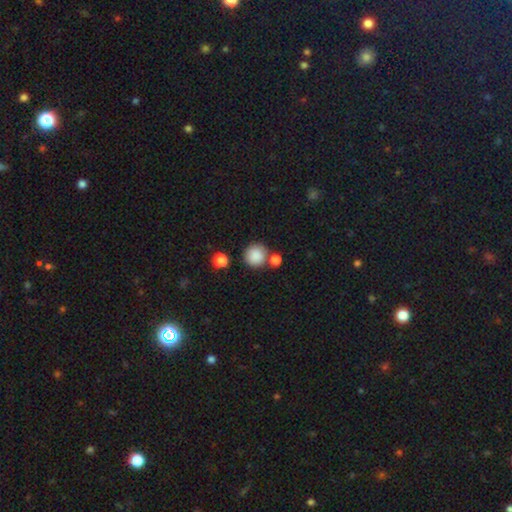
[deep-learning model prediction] This appears to be a smooth galaxy with no disk features (86%) that is round (91%). Merging: none (69%).